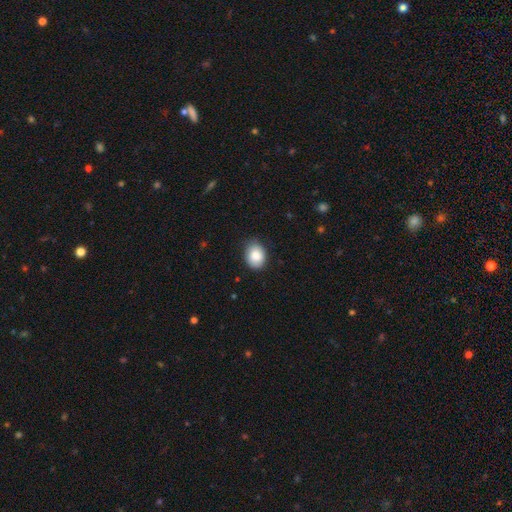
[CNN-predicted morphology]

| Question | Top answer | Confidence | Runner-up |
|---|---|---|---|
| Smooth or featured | smooth | 85% | featured or disk (7%) |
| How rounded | in between | 62% | round (37%) |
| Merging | none | 79% | minor disturbance (17%) |